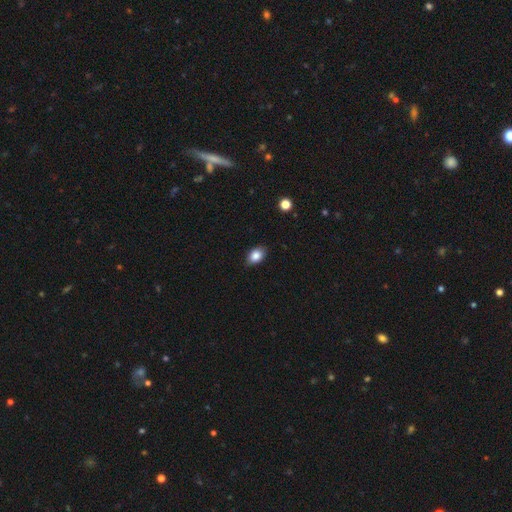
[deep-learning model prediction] Q: Smooth or featured?
A: smooth (86%); runner-up: star or artifact (9%)
Q: How rounded?
A: in between (82%); runner-up: round (17%)
Q: Merging?
A: none (86%); runner-up: minor disturbance (11%)